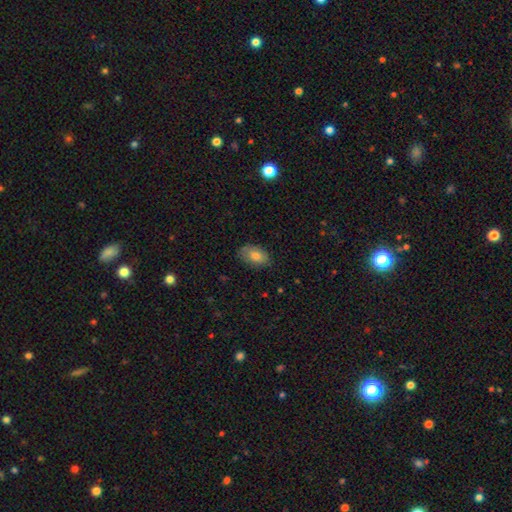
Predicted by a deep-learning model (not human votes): Smooth or featured?
  - smooth: 77% *
  - featured or disk: 15%
  - star or artifact: 8%
How rounded?
  - in between: 91% *
  - round: 8%
  - cigar-shaped: 2%
Merging?
  - none: 75% *
  - minor disturbance: 20%
  - major disturbance: 4%
  - merger: 1%